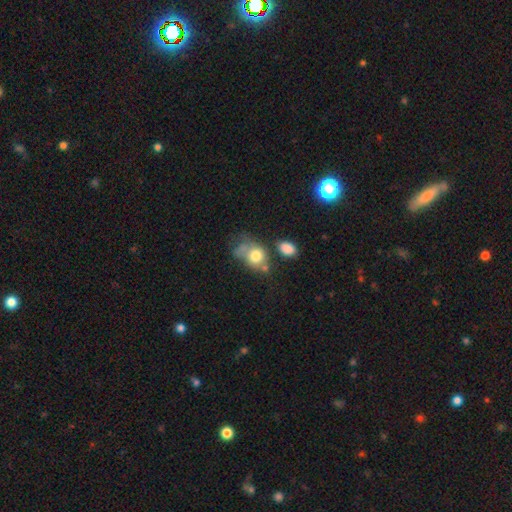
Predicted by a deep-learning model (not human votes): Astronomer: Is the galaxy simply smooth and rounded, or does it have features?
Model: smooth — 70%.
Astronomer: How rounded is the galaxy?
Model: in between — 55% (runner-up: round, 43%).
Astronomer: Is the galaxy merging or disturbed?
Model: none — 29% (runner-up: merger, 25%).